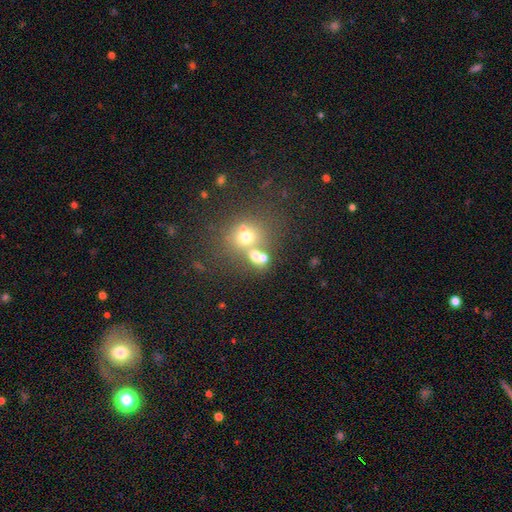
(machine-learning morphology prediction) A smooth galaxy with no disk features (59%) that is round (71%).

Vote fractions:
- Smooth or featured? smooth: 59% / featured or disk: 21% / star or artifact: 20%
- How rounded? round: 71% / in between: 28% / cigar-shaped: 1%
- Merging? none: 43% / merger: 42% / minor disturbance: 9% / major disturbance: 6%